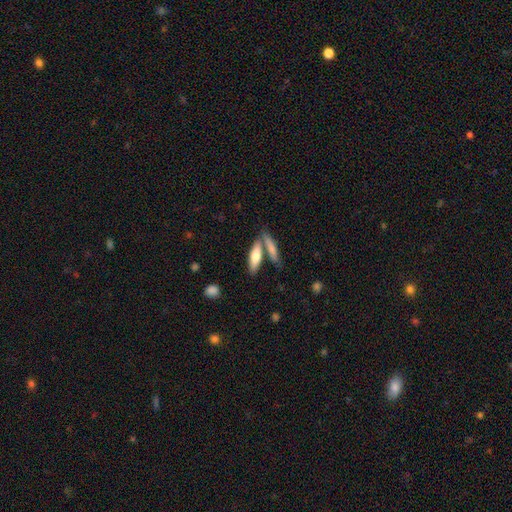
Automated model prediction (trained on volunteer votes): Q: Smooth or featured?
A: smooth (72%); runner-up: featured or disk (23%)
Q: How rounded?
A: cigar-shaped (53%); runner-up: in between (44%)
Q: Merging?
A: none (59%); runner-up: merger (27%)